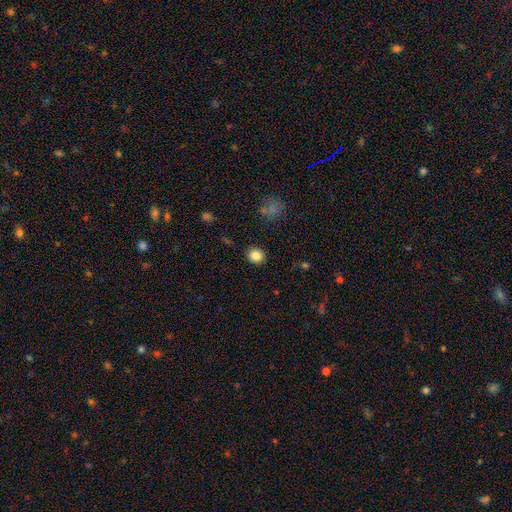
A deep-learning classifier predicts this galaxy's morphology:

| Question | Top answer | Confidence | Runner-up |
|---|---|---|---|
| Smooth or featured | smooth | 84% | star or artifact (10%) |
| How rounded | round | 82% | in between (17%) |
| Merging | none | 91% | minor disturbance (6%) |